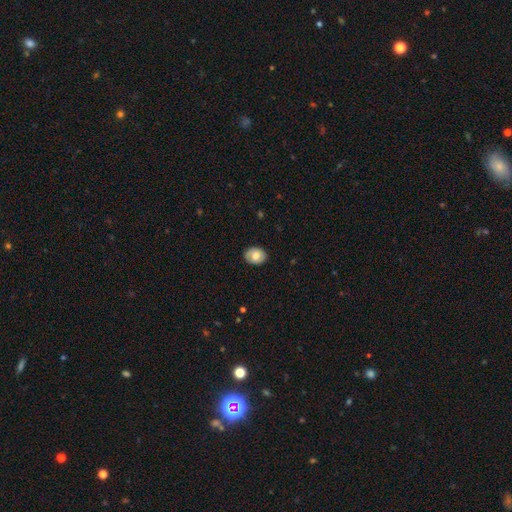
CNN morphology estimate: Smooth or featured: smooth — 73% (featured or disk — 20%)
How rounded: in between — 56% (round — 43%)
Merging: none — 87% (minor disturbance — 10%)